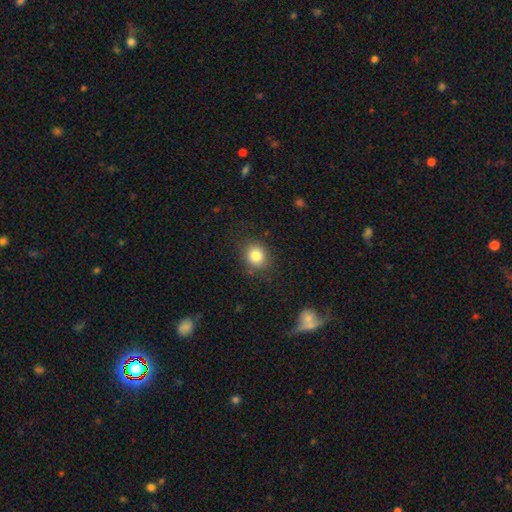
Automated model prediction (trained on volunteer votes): Smooth or featured? Predicted: smooth (p=0.82). How rounded? Predicted: round (p=0.81). Merging? Predicted: none (p=0.84).